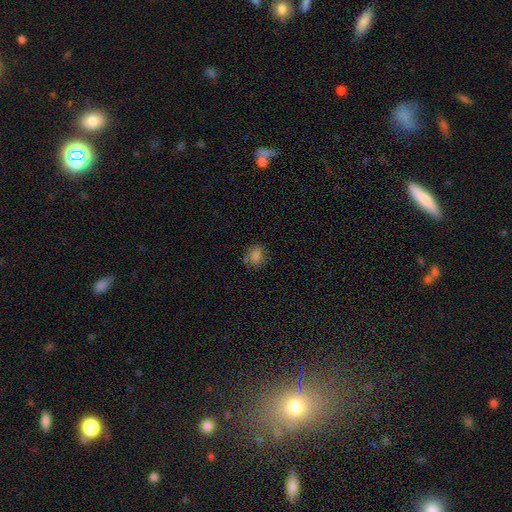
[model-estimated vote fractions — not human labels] Morphology: type=smooth (79%); roundness=round (64%); merging=none (76%).